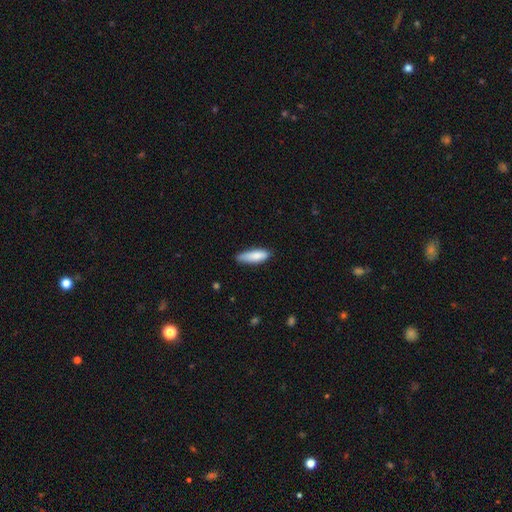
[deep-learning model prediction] Q: Smooth or featured?
A: smooth (83%); runner-up: featured or disk (11%)
Q: How rounded?
A: cigar-shaped (51%); runner-up: in between (47%)
Q: Merging?
A: none (68%); runner-up: minor disturbance (26%)